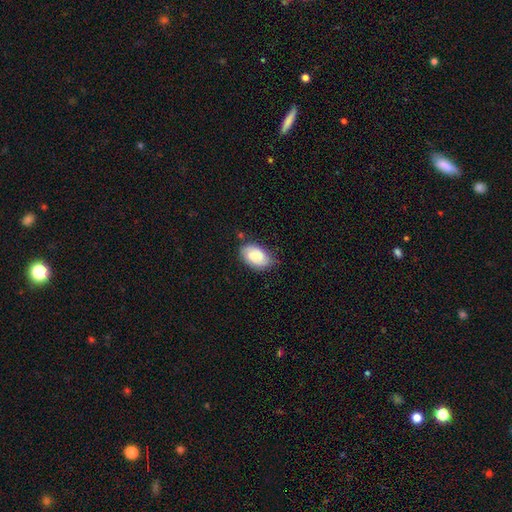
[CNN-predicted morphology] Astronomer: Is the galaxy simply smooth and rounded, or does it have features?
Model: smooth — 70%.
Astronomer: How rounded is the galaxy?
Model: in between — 91%.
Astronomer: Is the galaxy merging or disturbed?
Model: none — 68%.